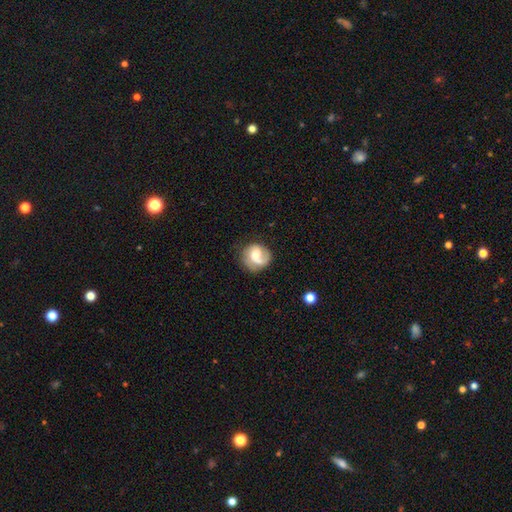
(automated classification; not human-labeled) smooth-or-featured: featured or disk: 59% | smooth: 34% | star or artifact: 7%
  disk-edge-on: no: 98% | yes: 2%
    bar: no: 57% | weak: 36% | strong: 7%
    has-spiral-arms: yes: 85% | no: 15%
    bulge-size: moderate: 56% | small: 33% | large: 6% | none: 3% | dominant: 1%
  merging: none: 67% | minor disturbance: 20% | major disturbance: 10% | merger: 3%